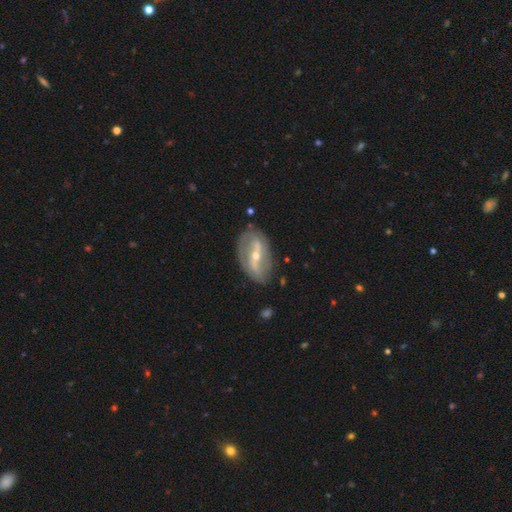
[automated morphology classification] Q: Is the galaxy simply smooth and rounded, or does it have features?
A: featured or disk — 82%.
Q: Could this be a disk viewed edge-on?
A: no — 91%.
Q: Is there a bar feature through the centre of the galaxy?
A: strong — 61%.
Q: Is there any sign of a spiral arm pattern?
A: yes — 76%.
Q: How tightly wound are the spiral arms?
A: loose — 38%.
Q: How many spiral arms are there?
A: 2 — 82%.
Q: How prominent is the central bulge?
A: small — 53%.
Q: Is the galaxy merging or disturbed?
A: none — 77%.